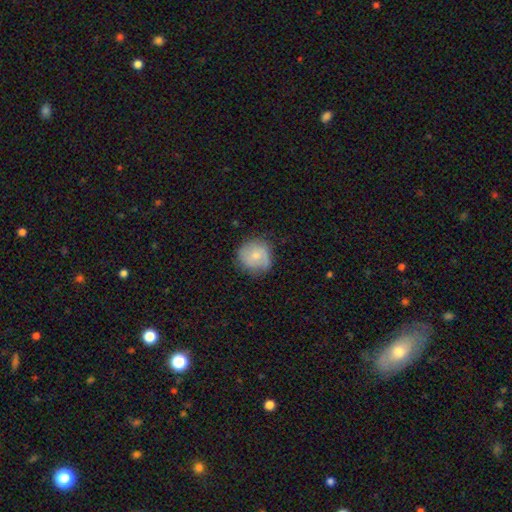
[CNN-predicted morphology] type=smooth (63%); roundness=round (89%); merging=none (72%).